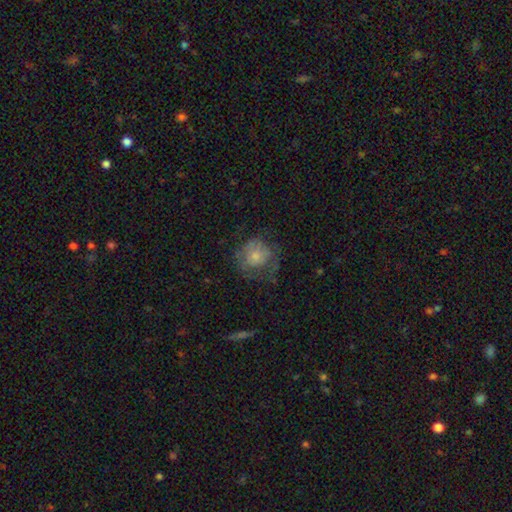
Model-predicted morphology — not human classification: A smooth galaxy with no disk features (58%) that is round (82%).

Vote fractions:
- Smooth or featured? smooth: 58% / featured or disk: 33% / star or artifact: 9%
- How rounded? round: 82% / in between: 17% / cigar-shaped: 1%
- Merging? none: 49% / major disturbance: 25% / minor disturbance: 24% / merger: 2%